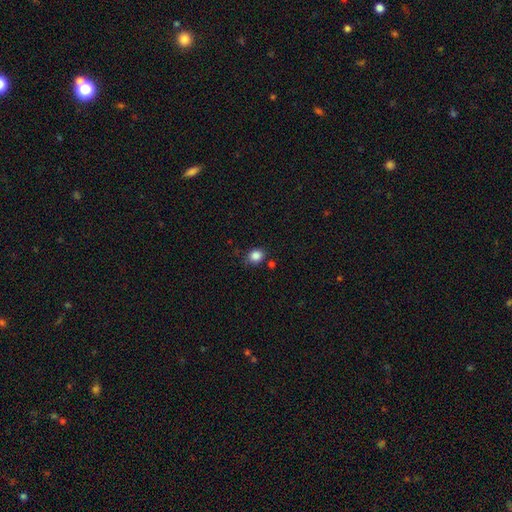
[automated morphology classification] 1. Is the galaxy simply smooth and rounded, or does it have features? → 86% smooth, 10% star or artifact, 4% featured or disk.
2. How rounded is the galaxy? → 71% round, 28% in between, 1% cigar-shaped.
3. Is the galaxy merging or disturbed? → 76% none, 16% minor disturbance, 4% merger, 4% major disturbance.